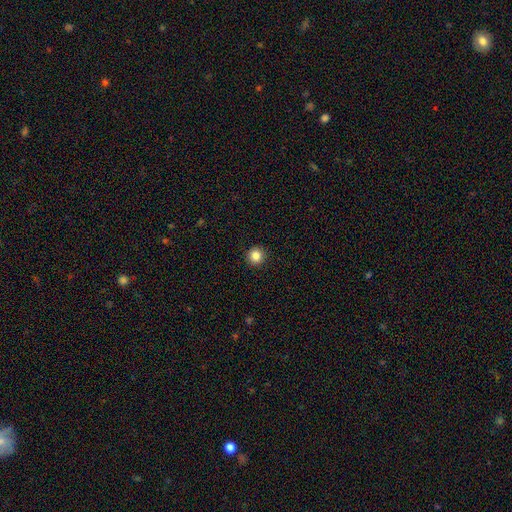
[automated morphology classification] Smooth or featured? Predicted: smooth (p=0.85). How rounded? Predicted: round (p=0.95). Merging? Predicted: none (p=0.93).